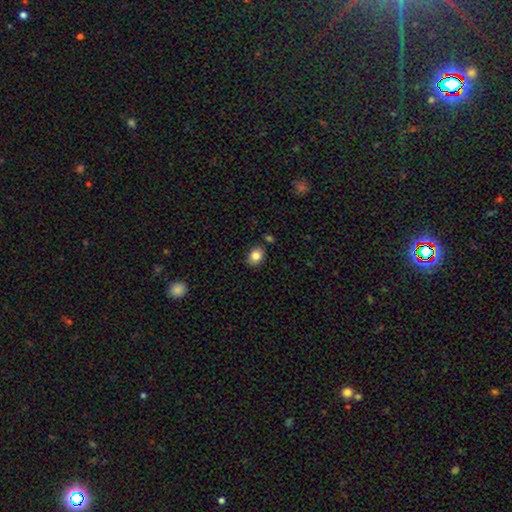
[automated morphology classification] A smooth galaxy with no disk features (84%) that is in between round and cigar-shaped (55%). Merging: none (82%).